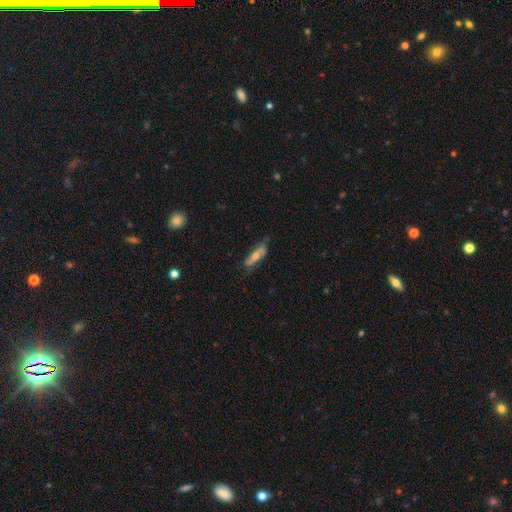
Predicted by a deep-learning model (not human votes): A featured or disk galaxy (56%).

Vote fractions:
- Smooth or featured? featured or disk: 56% / smooth: 37% / star or artifact: 8%
- Edge-on disk? no: 55% / yes: 45%
- Merging? none: 68% / minor disturbance: 23% / major disturbance: 7% / merger: 2%